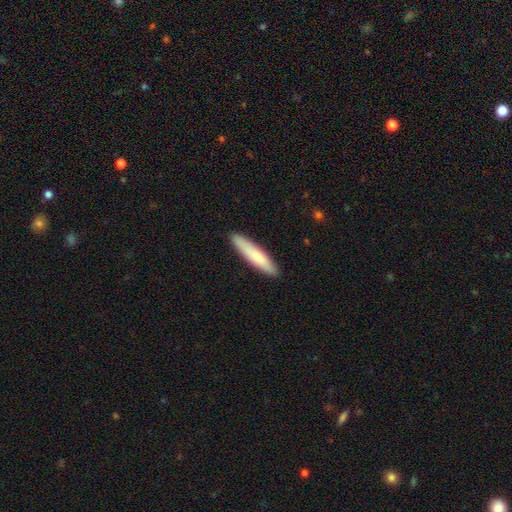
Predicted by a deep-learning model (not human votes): Smooth or featured: smooth — 77% (featured or disk — 18%)
How rounded: cigar-shaped — 88% (in between — 11%)
Merging: none — 90% (minor disturbance — 8%)